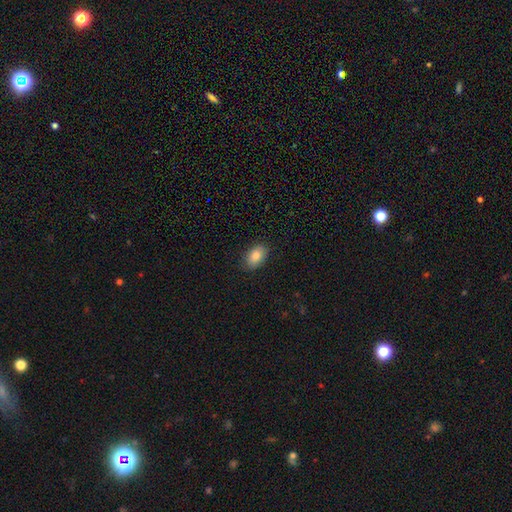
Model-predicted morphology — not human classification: Overall: smooth (85%). How rounded: in between (90%). Merging: none (87%).